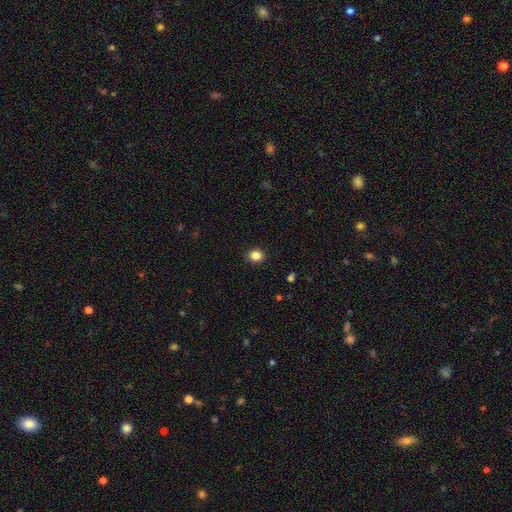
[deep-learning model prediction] smooth 85%, star or artifact 11%, featured or disk 4%. Down the decision tree: how rounded — round (67%); merging — none (91%).